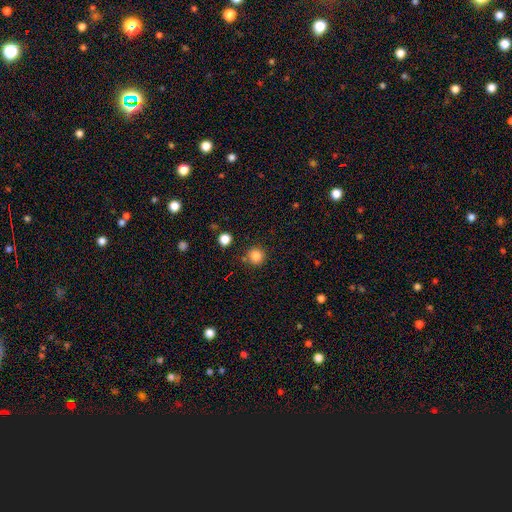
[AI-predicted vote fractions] Overall: smooth (85%). How rounded: round (94%). Merging: none (85%).